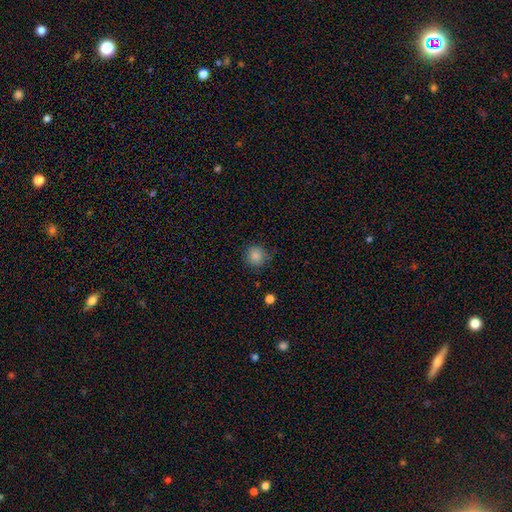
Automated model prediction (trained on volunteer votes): This is clearly a smooth galaxy (85%). How rounded: clearly round (92%). Merging: clearly none (84%).